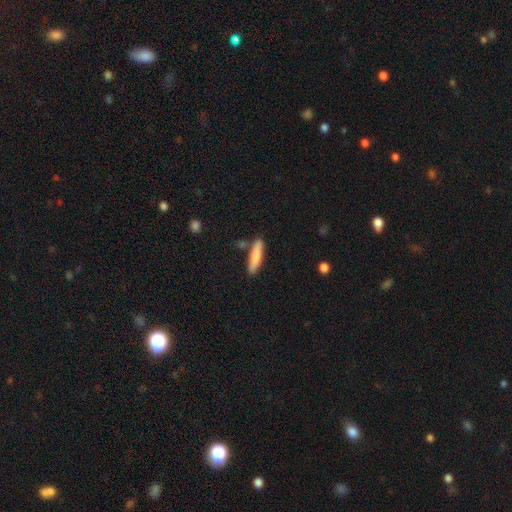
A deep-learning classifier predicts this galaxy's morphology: This is likely a smooth galaxy (79%). How rounded: clearly cigar-shaped (81%). Merging: likely none (80%).